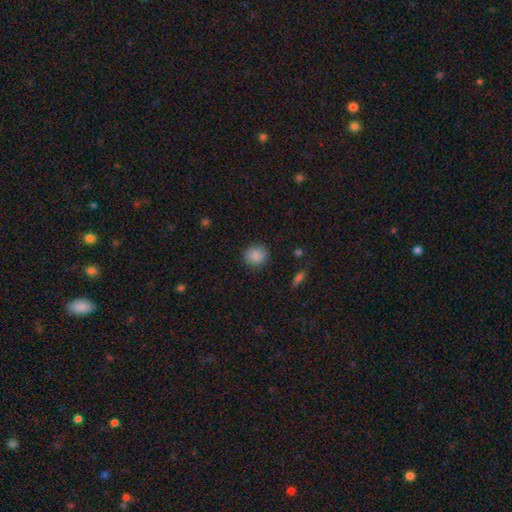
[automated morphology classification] Smooth or featured? Predicted: smooth (p=0.88). How rounded? Predicted: round (p=0.85). Merging? Predicted: none (p=0.89).